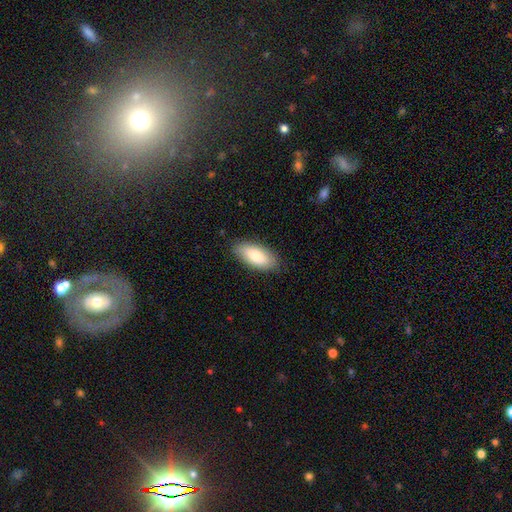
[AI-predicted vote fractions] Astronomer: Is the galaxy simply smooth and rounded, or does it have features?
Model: smooth — 79%.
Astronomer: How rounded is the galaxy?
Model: in between — 88%.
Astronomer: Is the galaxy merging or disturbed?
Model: none — 85%.